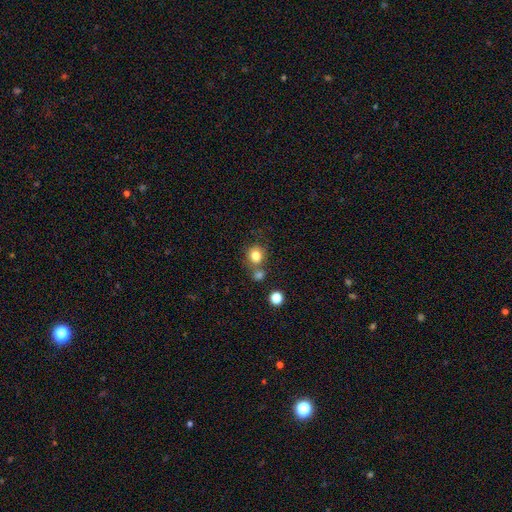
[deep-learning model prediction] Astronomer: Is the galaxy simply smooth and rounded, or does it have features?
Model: smooth — 81%.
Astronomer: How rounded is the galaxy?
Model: round — 84%.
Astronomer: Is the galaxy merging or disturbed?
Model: none — 63%.